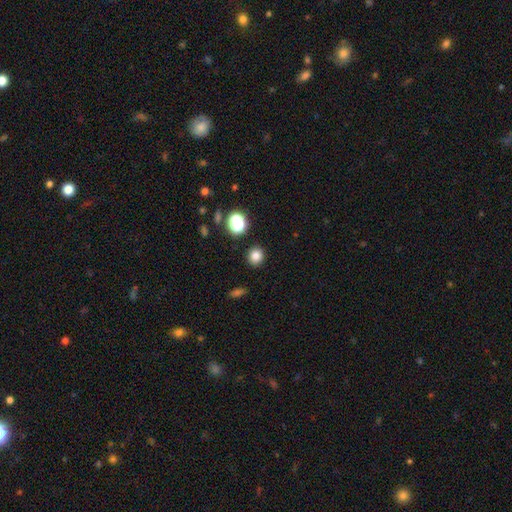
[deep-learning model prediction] Q: Smooth or featured?
A: smooth (80%); runner-up: star or artifact (14%)
Q: How rounded?
A: round (84%); runner-up: in between (15%)
Q: Merging?
A: none (89%); runner-up: minor disturbance (6%)